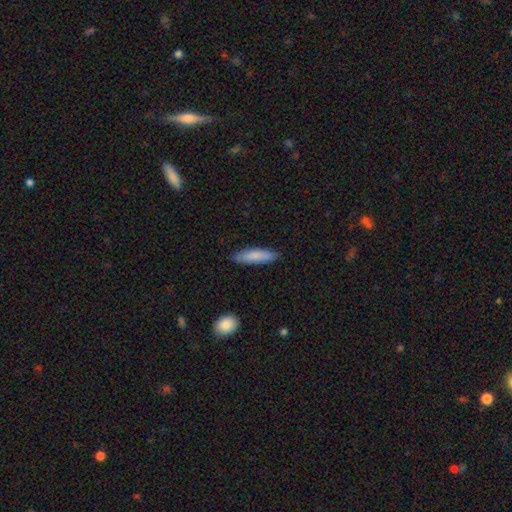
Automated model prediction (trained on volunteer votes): This appears to be a smooth galaxy with no disk features (80%) that is cigar-shaped (69%). Merging: none (85%).